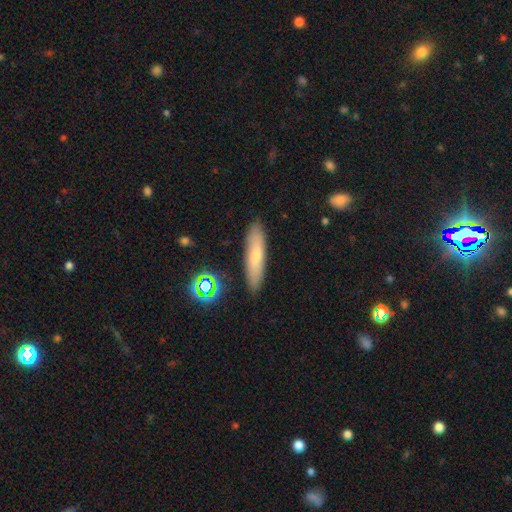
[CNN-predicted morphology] smooth 65%, featured or disk 27%, star or artifact 9%. Down the decision tree: how rounded — cigar-shaped (79%); merging — none (88%).